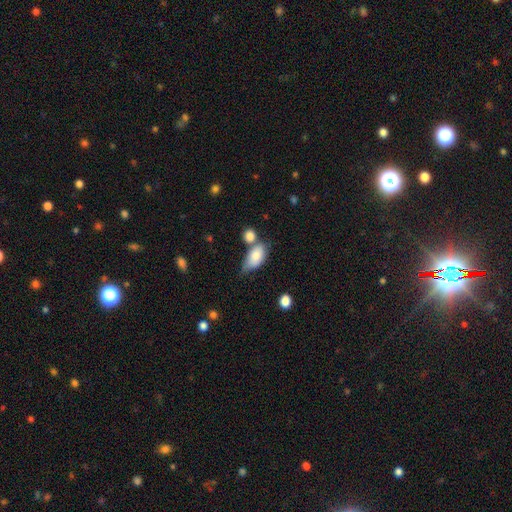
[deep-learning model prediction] smooth_or_featured: smooth (p=0.77) [alt: featured or disk p=0.16]
how_rounded: in between (p=0.89) [alt: round p=0.06]
merging: none (p=0.37) [alt: merger p=0.29]